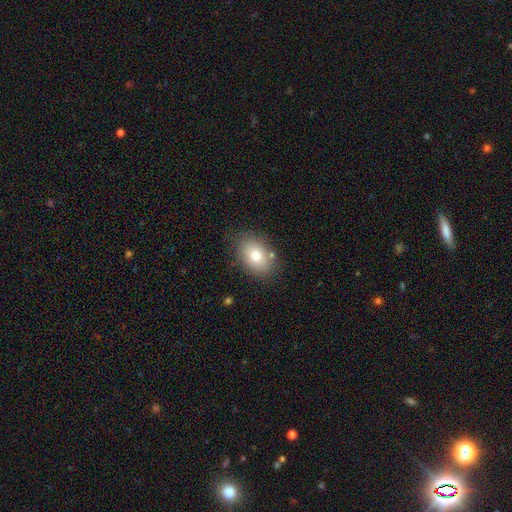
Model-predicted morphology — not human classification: type=smooth (76%); roundness=in between (80%); merging=none (81%).